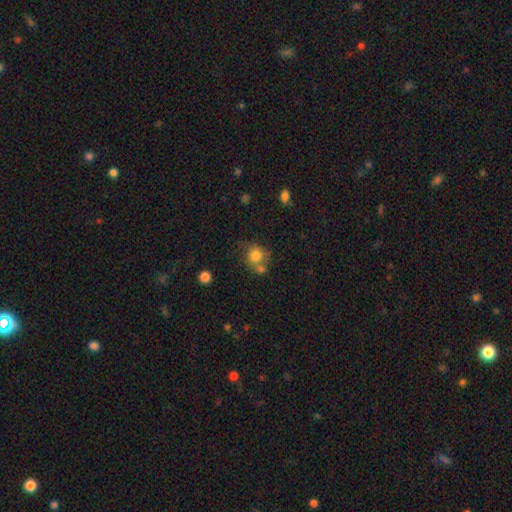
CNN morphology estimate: The model was most divided on "merging": none: 49%, merger: 29%, minor disturbance: 15%, major disturbance: 6%. More confident: how rounded — round (82%); smooth or featured — smooth (79%).